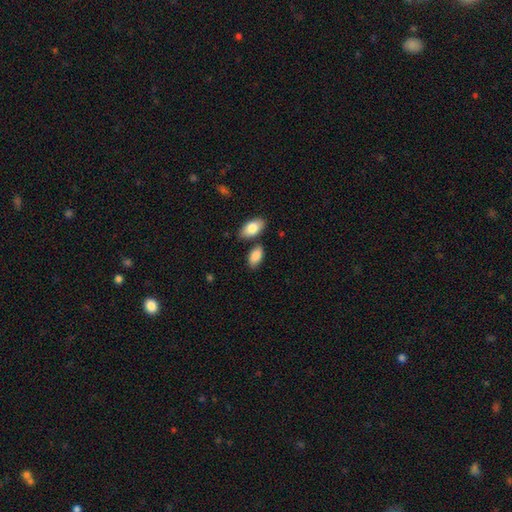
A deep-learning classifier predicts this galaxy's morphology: smooth_or_featured: smooth (p=0.86) [alt: featured or disk p=0.08]
how_rounded: in between (p=0.93) [alt: round p=0.04]
merging: none (p=0.69) [alt: minor disturbance p=0.16]